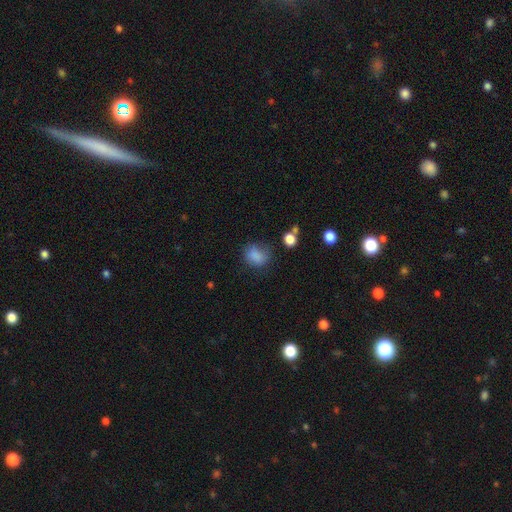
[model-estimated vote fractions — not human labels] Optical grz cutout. It shows a smooth galaxy with no disk features (82%) that is in between round and cigar-shaped (50%). Merging: none (62%).